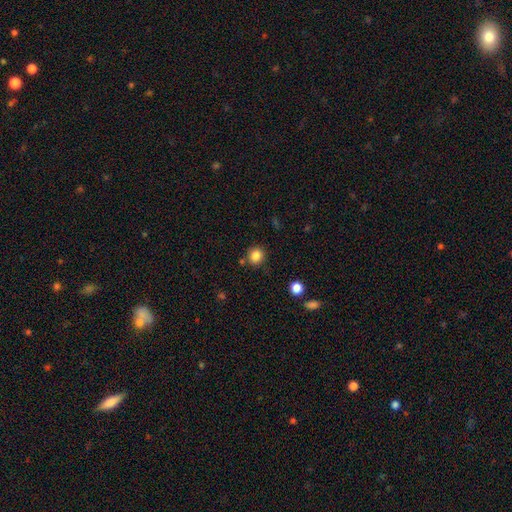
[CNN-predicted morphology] Smooth or featured?
  - smooth: 85% *
  - star or artifact: 11%
  - featured or disk: 4%
How rounded?
  - round: 86% *
  - in between: 13%
  - cigar-shaped: 1%
Merging?
  - none: 83% *
  - minor disturbance: 9%
  - merger: 5%
  - major disturbance: 3%